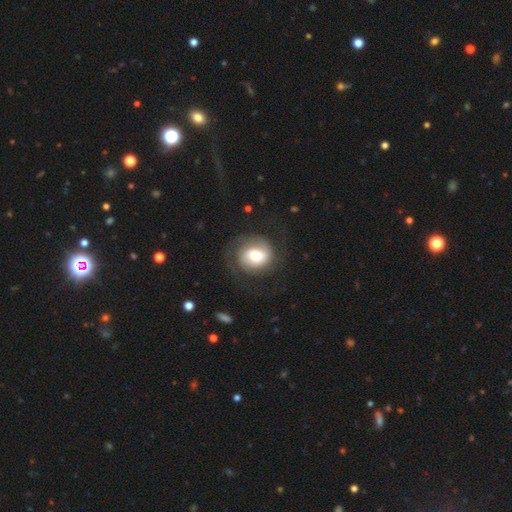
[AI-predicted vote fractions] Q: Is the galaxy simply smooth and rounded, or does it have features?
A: featured or disk — 47%.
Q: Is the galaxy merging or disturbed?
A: none — 66%.